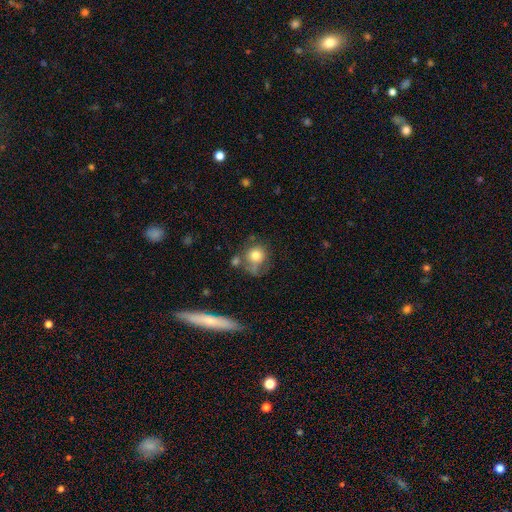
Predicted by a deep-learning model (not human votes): This is likely a smooth galaxy (74%). How rounded: likely round (78%). Merging: possibly none (45%).